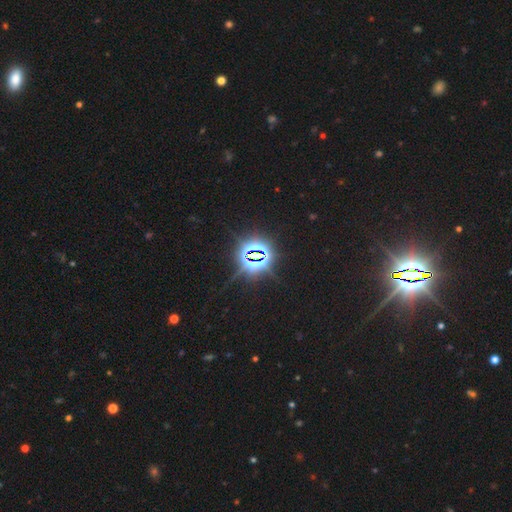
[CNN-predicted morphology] star or artifact 84%, smooth 9%, featured or disk 7%.